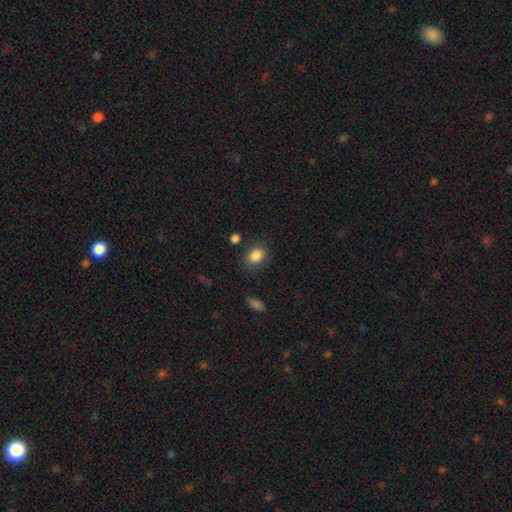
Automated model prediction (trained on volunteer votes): This appears to be a smooth galaxy with no disk features (86%) that is in between round and cigar-shaped (62%). Merging: none (78%).